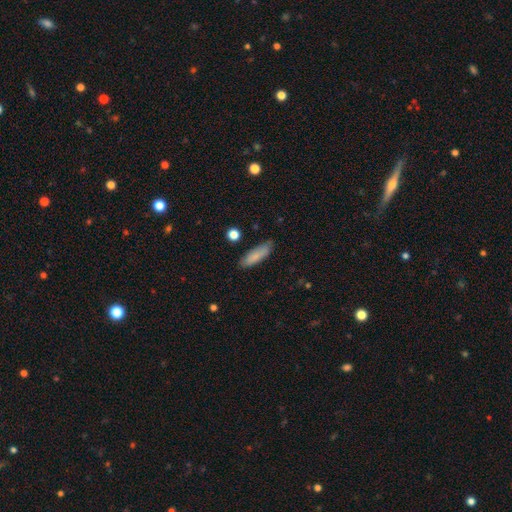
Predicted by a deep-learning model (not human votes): A smooth galaxy with no disk features (83%) that is cigar-shaped (56%). Merging: none (81%).